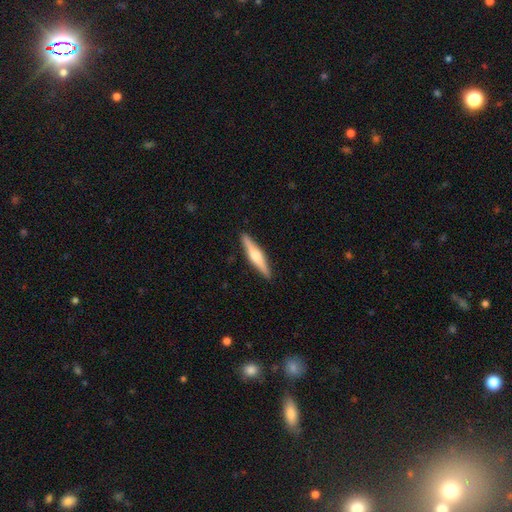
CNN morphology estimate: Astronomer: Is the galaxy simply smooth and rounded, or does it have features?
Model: featured or disk — 57% (runner-up: smooth, 38%).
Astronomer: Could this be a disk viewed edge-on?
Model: yes — 97%.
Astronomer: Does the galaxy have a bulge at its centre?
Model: rounded — 78%.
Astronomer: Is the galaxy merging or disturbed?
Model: none — 91%.